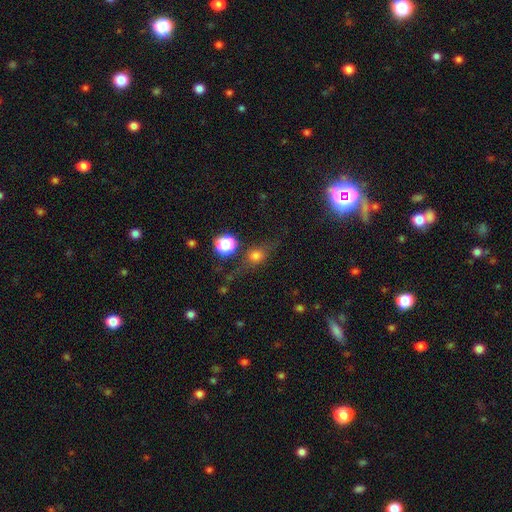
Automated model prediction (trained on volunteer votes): Smooth or featured?
  - smooth: 62% *
  - featured or disk: 19%
  - star or artifact: 18%
How rounded?
  - round: 58% *
  - in between: 32%
  - cigar-shaped: 9%
Merging?
  - none: 65% *
  - minor disturbance: 18%
  - major disturbance: 12%
  - merger: 5%